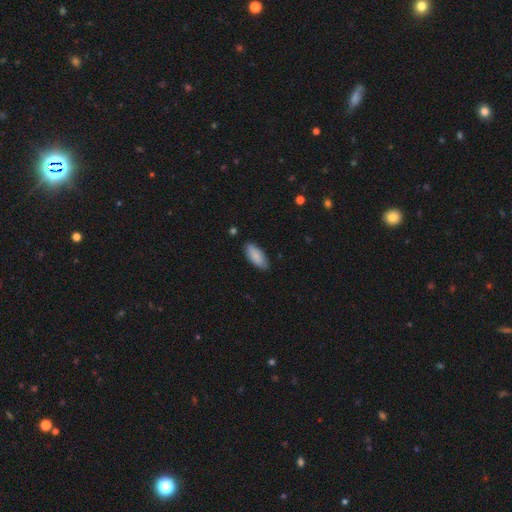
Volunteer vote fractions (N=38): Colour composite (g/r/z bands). It shows a smooth galaxy with no disk features (92%) that is in between round and cigar-shaped (77%). Merging: none (84%).